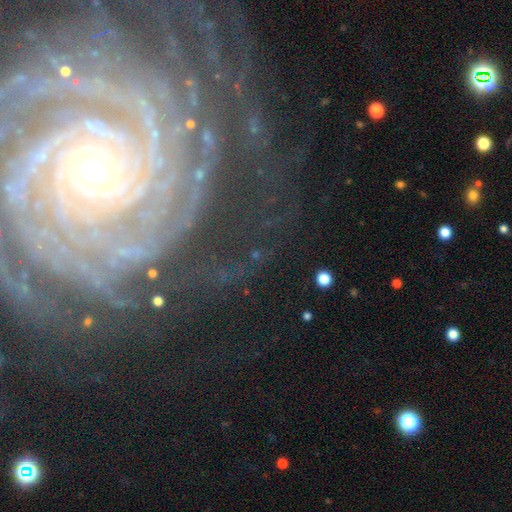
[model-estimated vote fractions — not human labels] The model was most divided on "spiral arm count": can't tell: 27%, more than 4: 17%, 3: 15%, 4: 15%, 2: 15%, 1: 11%. More confident: edge-on disk — no (95%); spiral arms — yes (93%); smooth or featured — featured or disk (79%); spiral winding — tight (76%); merging — none (72%); bulge size — small (60%); bar — no (51%).